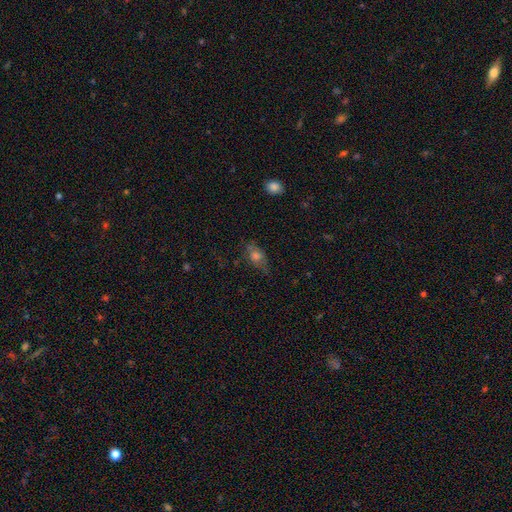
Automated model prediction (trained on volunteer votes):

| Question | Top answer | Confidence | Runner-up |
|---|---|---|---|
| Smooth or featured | smooth | 56% | featured or disk (28%) |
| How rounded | in between | 70% | round (15%) |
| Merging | none | 70% | minor disturbance (21%) |